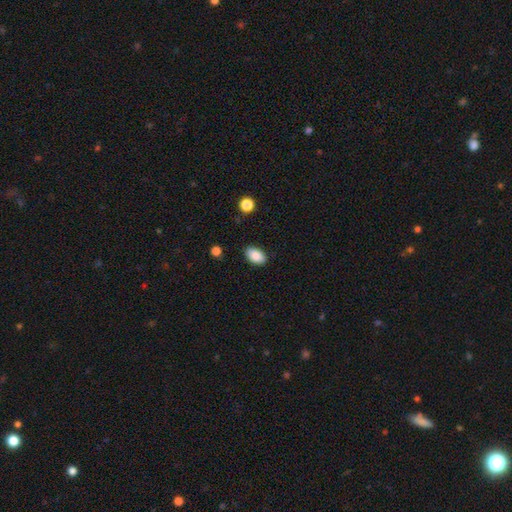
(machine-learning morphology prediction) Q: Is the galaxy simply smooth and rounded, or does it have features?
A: smooth — 88%.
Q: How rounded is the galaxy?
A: in between — 92%.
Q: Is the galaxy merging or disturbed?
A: none — 86%.